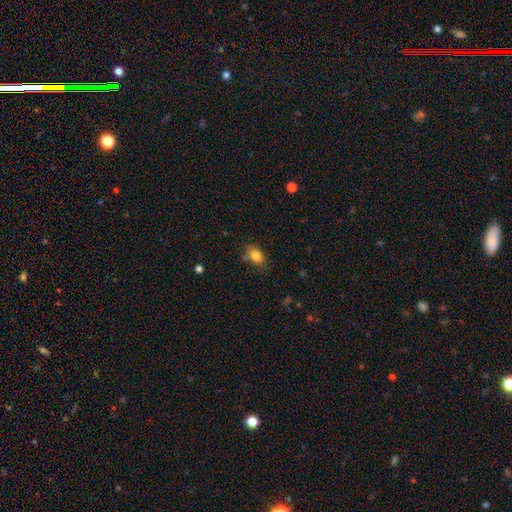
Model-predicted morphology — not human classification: This appears to be a smooth galaxy with no disk features (81%) that is in between round and cigar-shaped (75%). Merging: none (68%).